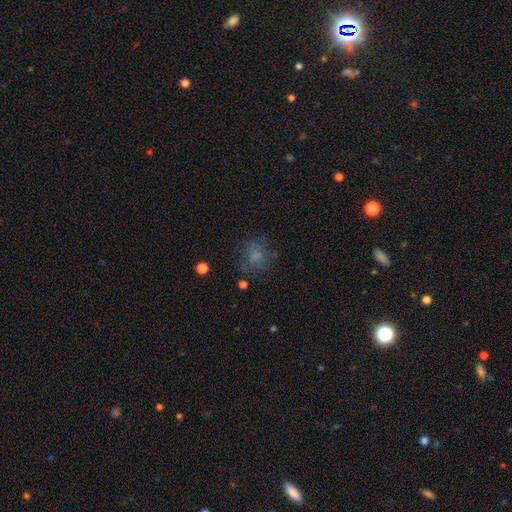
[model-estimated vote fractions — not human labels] This appears to be a smooth galaxy with no disk features (57%) that is round (74%). Merging: none (64%).